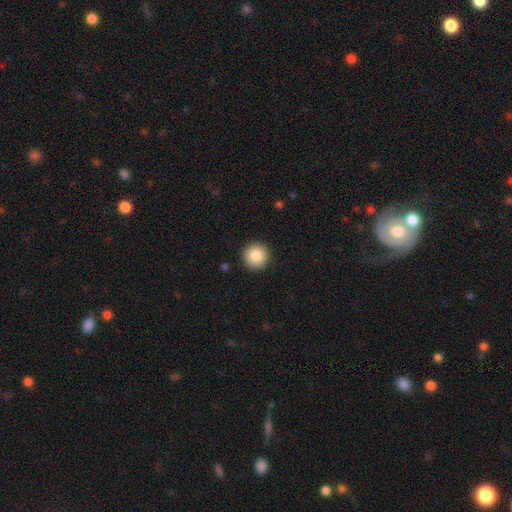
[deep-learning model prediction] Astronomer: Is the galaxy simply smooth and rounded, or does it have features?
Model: smooth — 86%.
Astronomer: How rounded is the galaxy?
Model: round — 96%.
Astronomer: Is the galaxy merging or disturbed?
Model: none — 92%.